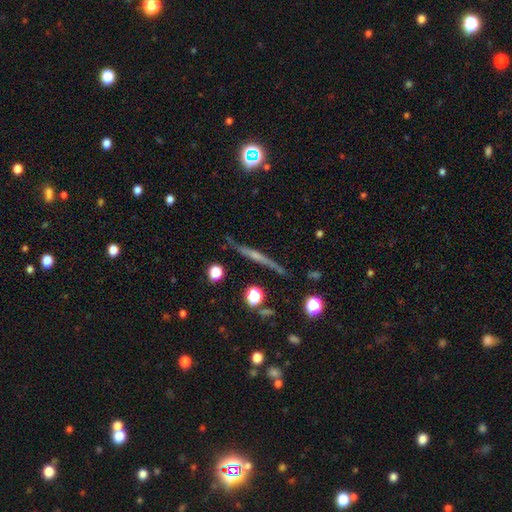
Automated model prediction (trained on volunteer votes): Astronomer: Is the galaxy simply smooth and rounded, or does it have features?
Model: featured or disk — 67%.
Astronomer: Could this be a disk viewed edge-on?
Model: yes — 96%.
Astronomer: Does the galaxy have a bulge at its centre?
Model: rounded — 48% (runner-up: none, 40%).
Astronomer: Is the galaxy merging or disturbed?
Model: none — 85%.